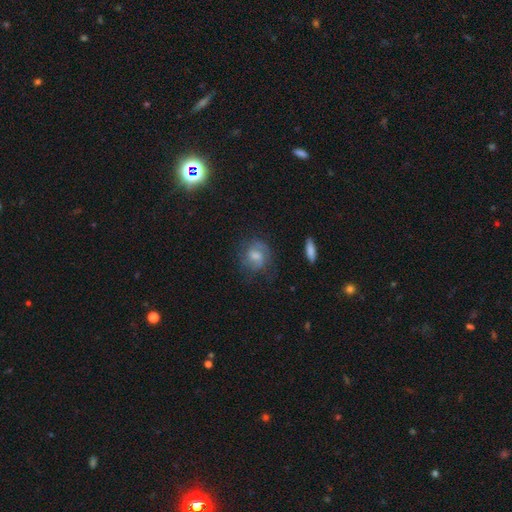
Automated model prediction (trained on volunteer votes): Smooth or featured? featured or disk (46%)
Merging? none (63%)